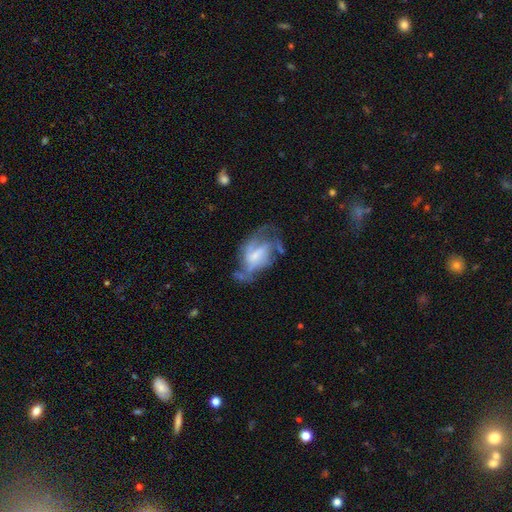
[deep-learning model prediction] Smooth or featured? Predicted: featured or disk (p=0.73). Edge-on disk? Predicted: no (p=0.97). Bar? Predicted: weak (p=0.45). Spiral arms? Predicted: yes (p=0.81). Spiral winding? Predicted: medium (p=0.46). Spiral arm count? Predicted: 2 (p=0.42). Bulge size? Predicted: small (p=0.41). Merging? Predicted: none (p=0.39).